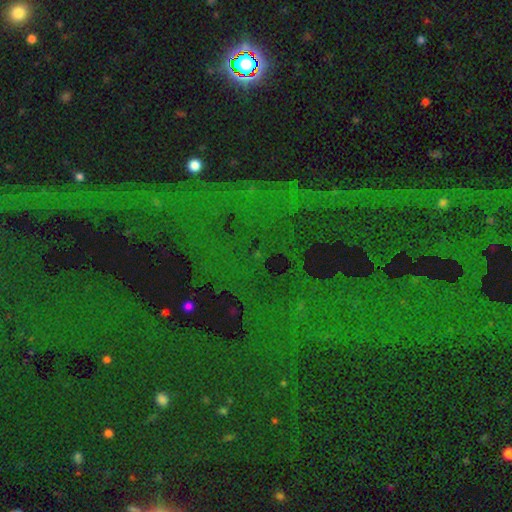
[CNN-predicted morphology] This is clearly a star or artifact rather than a galaxy (84%).